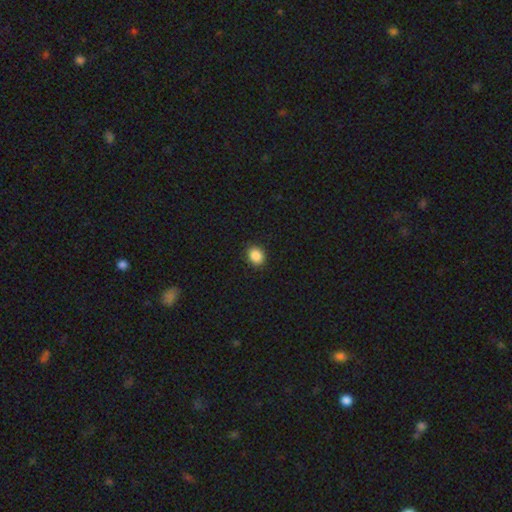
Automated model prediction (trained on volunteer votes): smooth_or_featured: smooth (p=0.88) [alt: star or artifact p=0.09]
how_rounded: round (p=0.54) [alt: in between p=0.45]
merging: none (p=0.89) [alt: minor disturbance p=0.08]